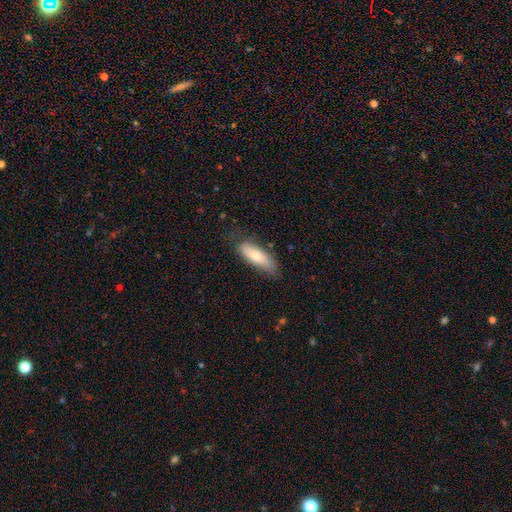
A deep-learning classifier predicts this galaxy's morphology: The model was most divided on "how rounded": in between: 63%, cigar-shaped: 36%, round: 2%. More confident: smooth or featured — smooth (73%); merging — none (71%).